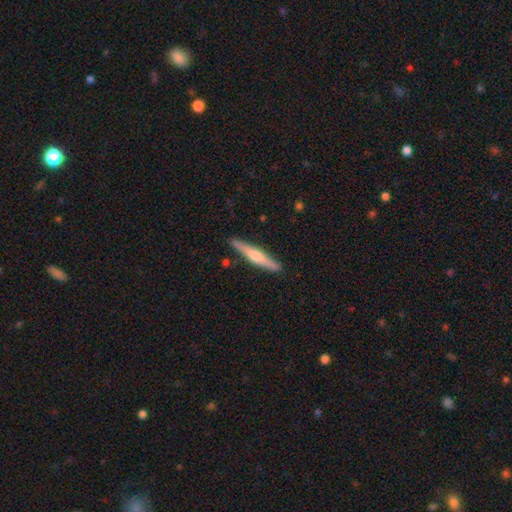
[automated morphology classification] Smooth or featured: featured or disk — 54% (smooth — 40%)
Edge-on disk: yes — 96% (no — 4%)
Edge-on bulge: rounded — 82% (none — 10%)
Merging: none — 89% (minor disturbance — 8%)